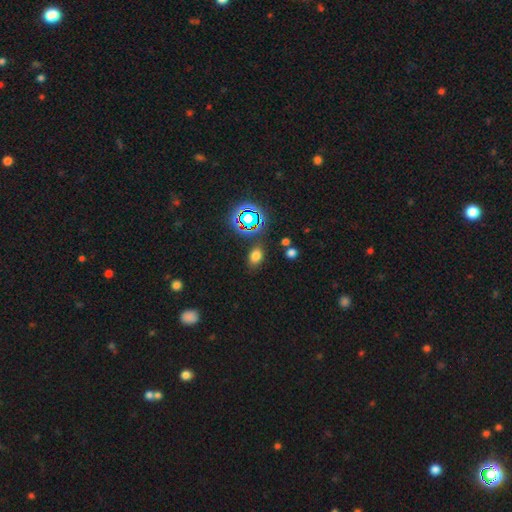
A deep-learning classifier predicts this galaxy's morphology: Smooth or featured? Predicted: smooth (p=0.68). How rounded? Predicted: in between (p=0.74). Merging? Predicted: none (p=0.80).